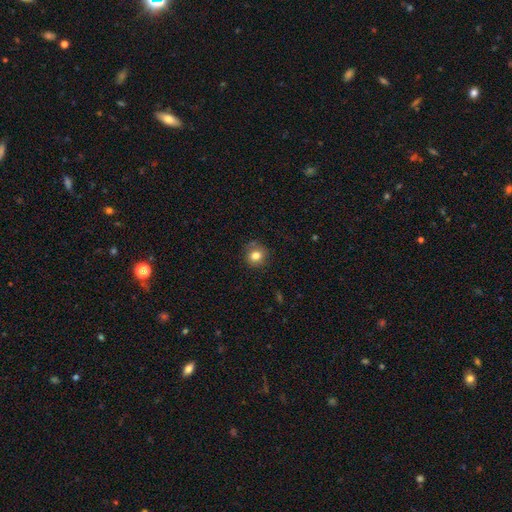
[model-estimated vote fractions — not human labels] Smooth or featured? smooth (81%)
How rounded? round (88%)
Merging? none (81%)